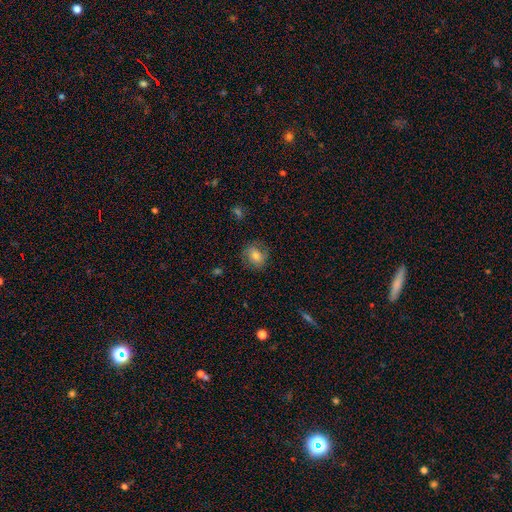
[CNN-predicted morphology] Q: Smooth or featured?
A: smooth (52%); runner-up: featured or disk (37%)
Q: How rounded?
A: round (70%); runner-up: in between (29%)
Q: Merging?
A: none (77%); runner-up: minor disturbance (16%)